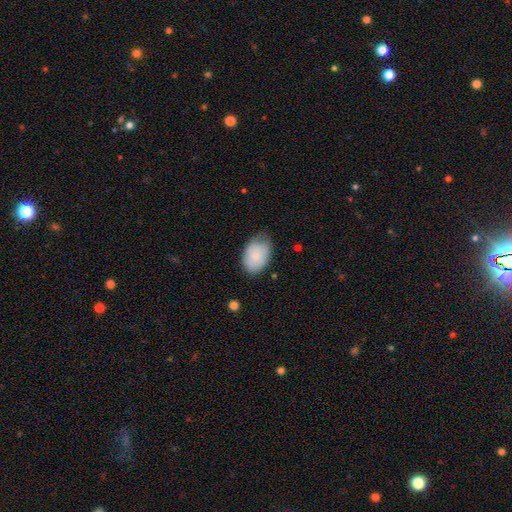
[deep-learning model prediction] The model was most divided on "merging": none: 62%, minor disturbance: 31%, major disturbance: 6%, merger: 1%. More confident: how rounded — in between (87%); smooth or featured — smooth (84%).